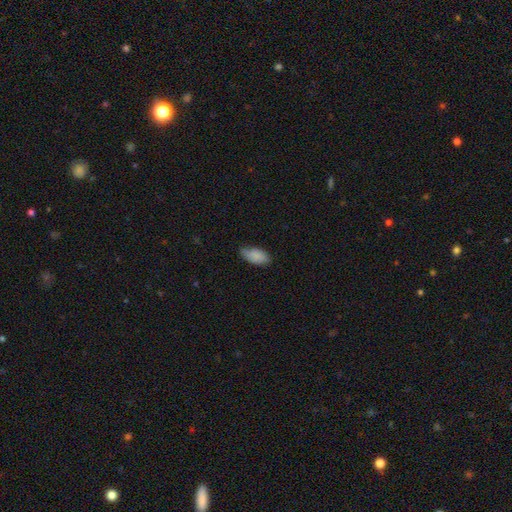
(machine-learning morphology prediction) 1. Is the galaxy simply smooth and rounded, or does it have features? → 85% smooth, 8% featured or disk, 7% star or artifact.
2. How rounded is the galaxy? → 93% in between, 5% cigar-shaped, 2% round.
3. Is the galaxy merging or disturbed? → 59% none, 34% minor disturbance, 6% major disturbance, 2% merger.